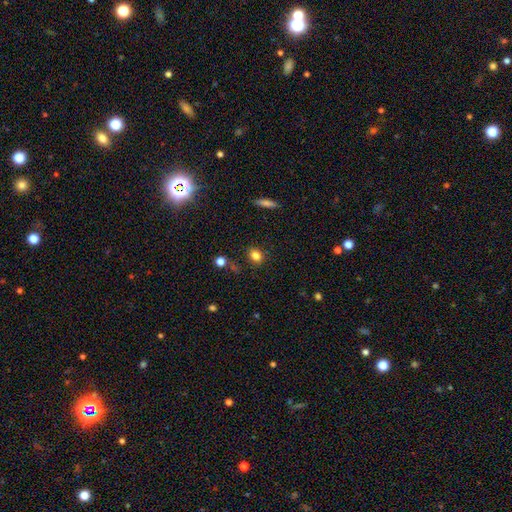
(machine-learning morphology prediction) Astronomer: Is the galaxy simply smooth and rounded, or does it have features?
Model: smooth — 81%.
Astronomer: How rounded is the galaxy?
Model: in between — 51% (runner-up: round, 47%).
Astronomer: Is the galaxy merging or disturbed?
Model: none — 82%.